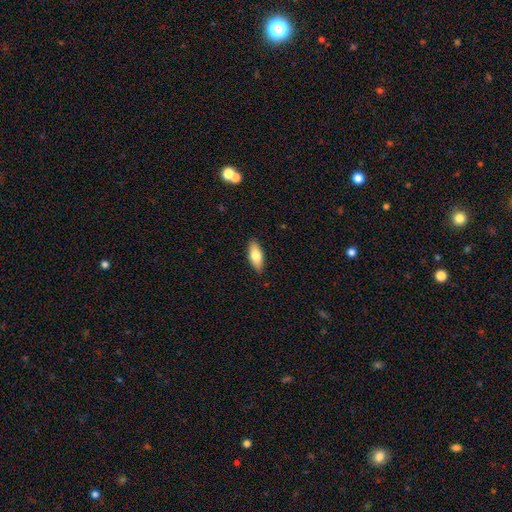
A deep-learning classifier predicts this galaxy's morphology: Overall: smooth (73%). How rounded: in between (80%). Merging: none (87%).